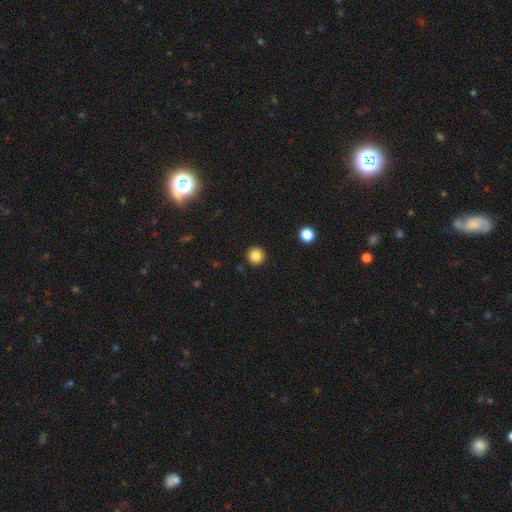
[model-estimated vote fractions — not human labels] smooth-or-featured: smooth: 85% | star or artifact: 11% | featured or disk: 4%
  how-rounded: round: 96% | in between: 3% | cigar-shaped: 1%
  merging: none: 93% | minor disturbance: 5% | major disturbance: 2% | merger: 1%